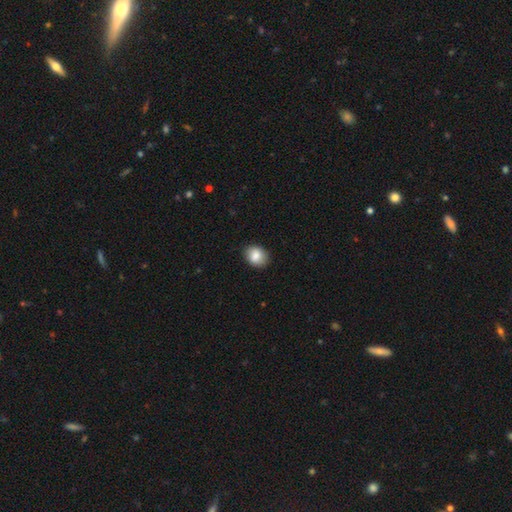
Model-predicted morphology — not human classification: This is clearly a smooth galaxy (85%). How rounded: possibly in between (56%). Merging: clearly none (86%).